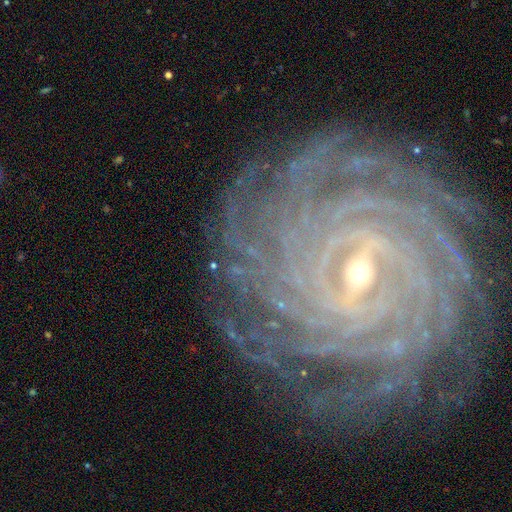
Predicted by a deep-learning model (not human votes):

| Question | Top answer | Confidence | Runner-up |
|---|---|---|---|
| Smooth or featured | featured or disk | 91% | star or artifact (6%) |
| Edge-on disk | no | 97% | yes (3%) |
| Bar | weak | 45% | strong (38%) |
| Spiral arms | yes | 98% | no (2%) |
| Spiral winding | tight | 88% | medium (10%) |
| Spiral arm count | more than 4 | 45% | 4 (18%) |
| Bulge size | small | 71% | moderate (26%) |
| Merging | none | 82% | minor disturbance (12%) |